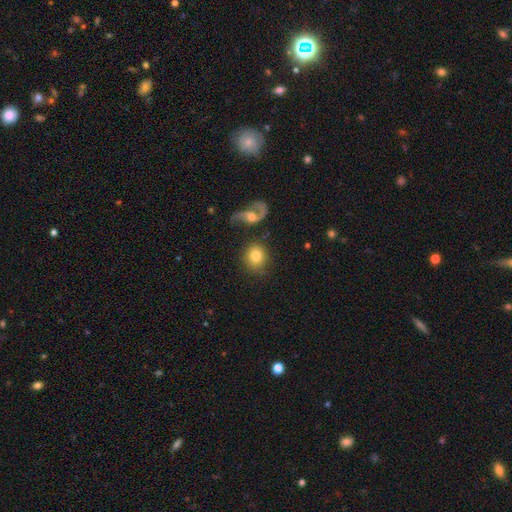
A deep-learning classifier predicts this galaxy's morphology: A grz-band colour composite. It shows a smooth galaxy with no disk features (74%) that is round (80%). Merging: none (66%).